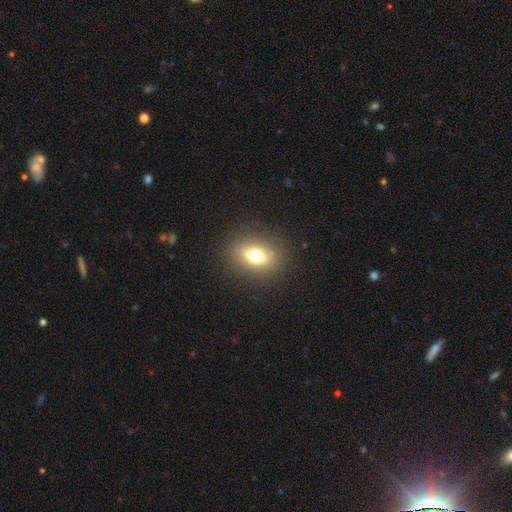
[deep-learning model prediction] This is likely a smooth galaxy (73%). How rounded: likely in between (64%). Merging: clearly none (86%).